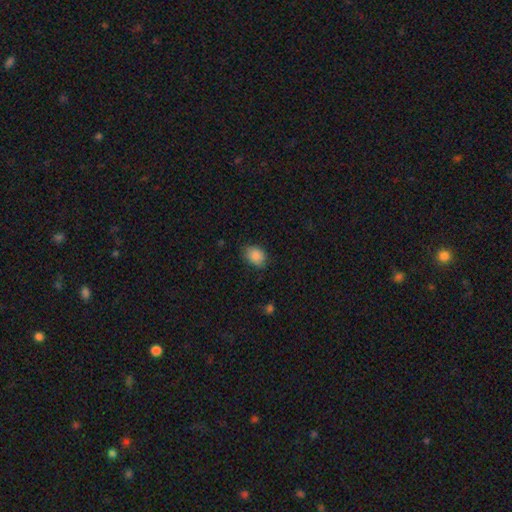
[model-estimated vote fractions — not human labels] A smooth galaxy with no disk features (87%) that is in between round and cigar-shaped (71%). Merging: none (75%).